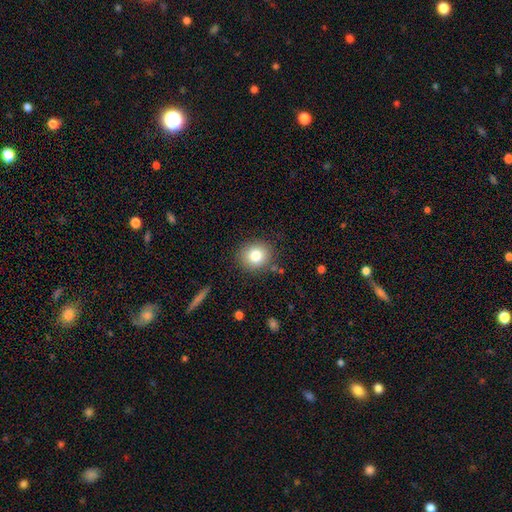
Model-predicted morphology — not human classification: Overall: smooth (81%). How rounded: round (83%). Merging: none (86%).